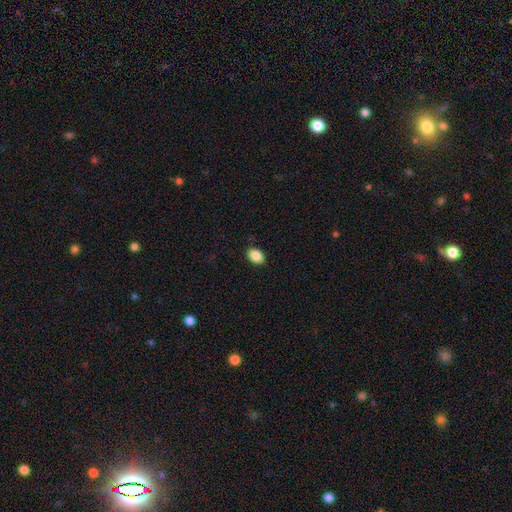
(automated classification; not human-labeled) Smooth or featured: smooth — 88% (star or artifact — 8%)
How rounded: in between — 73% (round — 26%)
Merging: none — 88% (minor disturbance — 9%)